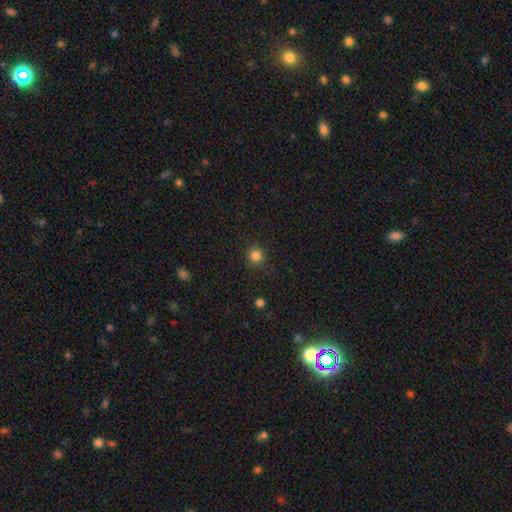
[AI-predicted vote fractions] smooth 83%, star or artifact 13%, featured or disk 4%. Down the decision tree: how rounded — round (91%); merging — none (87%).